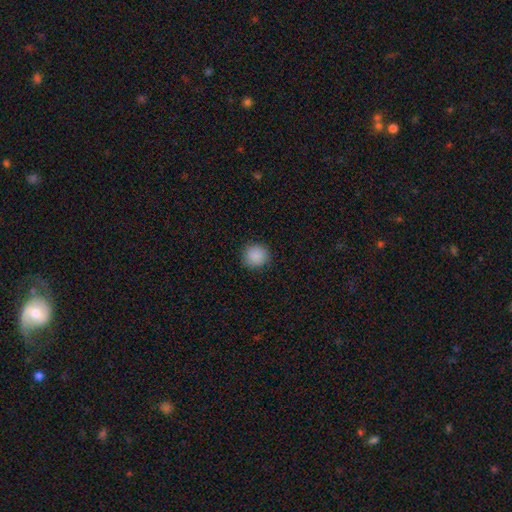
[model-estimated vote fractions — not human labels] Smooth or featured? Predicted: smooth (p=0.89). How rounded? Predicted: round (p=0.93). Merging? Predicted: none (p=0.90).